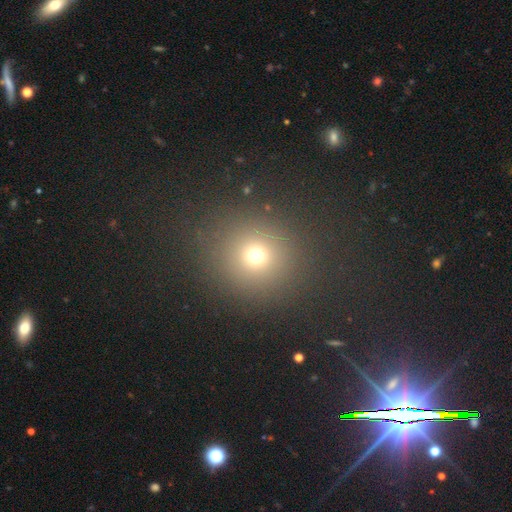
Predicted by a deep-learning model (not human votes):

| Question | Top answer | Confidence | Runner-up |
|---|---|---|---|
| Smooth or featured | smooth | 69% | star or artifact (22%) |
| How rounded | round | 87% | in between (11%) |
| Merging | none | 86% | minor disturbance (8%) |